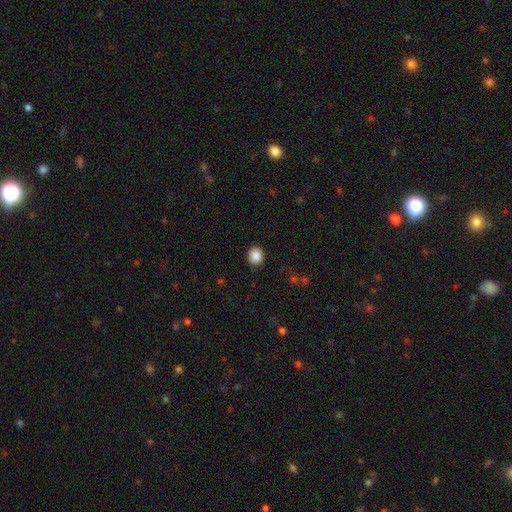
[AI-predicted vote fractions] Q: Smooth or featured?
A: smooth (89%); runner-up: star or artifact (9%)
Q: How rounded?
A: round (76%); runner-up: in between (23%)
Q: Merging?
A: none (89%); runner-up: minor disturbance (8%)